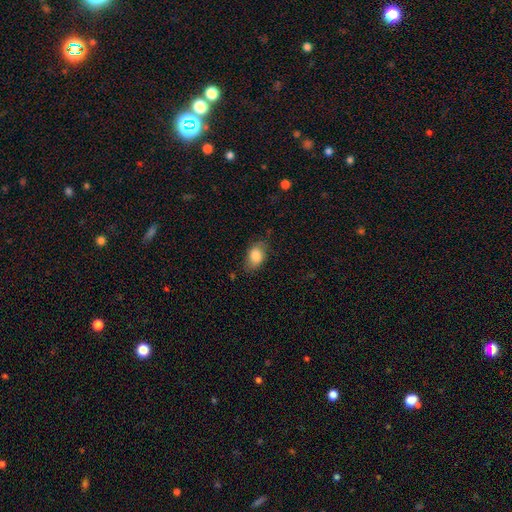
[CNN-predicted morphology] Smooth or featured?
  - smooth: 82% *
  - featured or disk: 11%
  - star or artifact: 7%
How rounded?
  - in between: 86% *
  - round: 12%
  - cigar-shaped: 2%
Merging?
  - none: 73% *
  - minor disturbance: 21%
  - major disturbance: 5%
  - merger: 1%